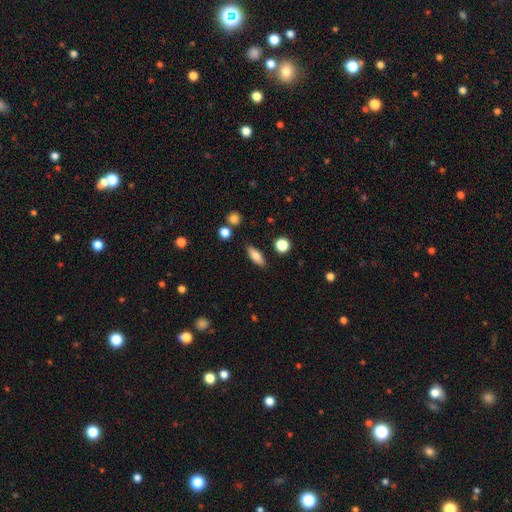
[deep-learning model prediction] smooth_or_featured: smooth (p=0.73) [alt: featured or disk p=0.19]
how_rounded: in between (p=0.66) [alt: cigar-shaped p=0.30]
merging: none (p=0.85) [alt: minor disturbance p=0.10]